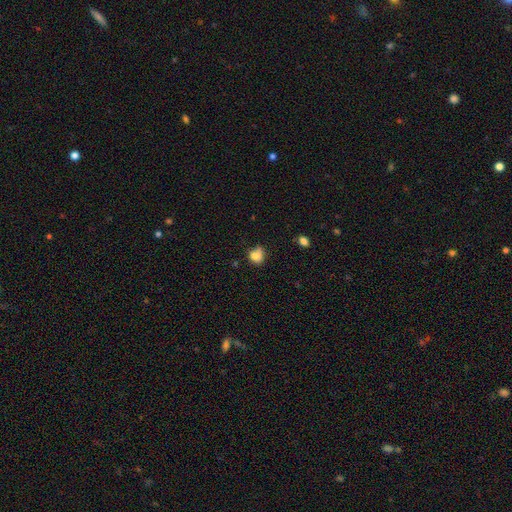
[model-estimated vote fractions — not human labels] Smooth or featured: smooth — 75% (featured or disk — 13%)
How rounded: round — 55% (in between — 44%)
Merging: none — 37% (minor disturbance — 28%)